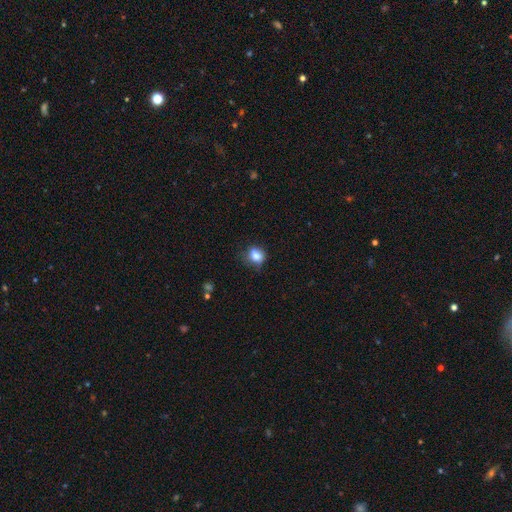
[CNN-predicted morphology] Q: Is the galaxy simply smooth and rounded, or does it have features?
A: smooth — 79%.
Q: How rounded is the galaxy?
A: round — 51%.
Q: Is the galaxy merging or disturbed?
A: none — 59%.